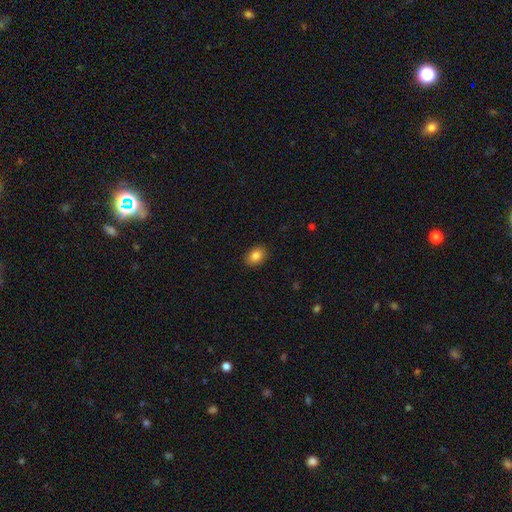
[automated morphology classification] Q: Smooth or featured?
A: smooth (85%); runner-up: star or artifact (9%)
Q: How rounded?
A: in between (72%); runner-up: round (27%)
Q: Merging?
A: none (90%); runner-up: minor disturbance (7%)